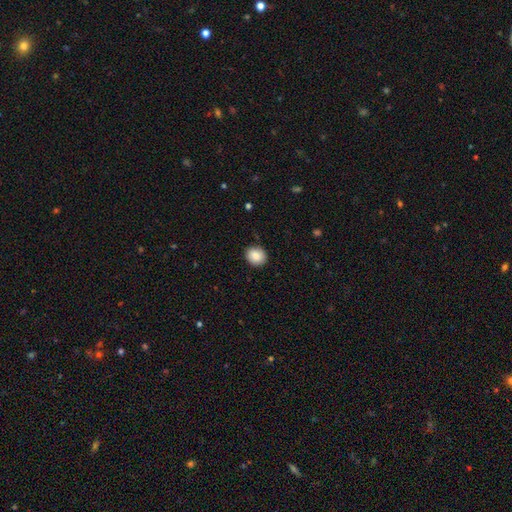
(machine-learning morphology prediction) Overall: smooth (88%). How rounded: round (72%). Merging: none (88%).